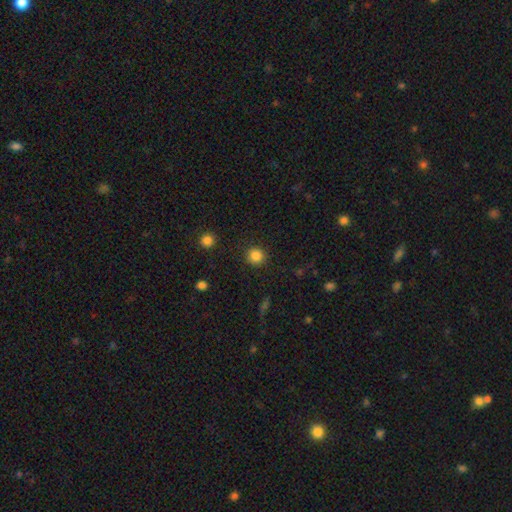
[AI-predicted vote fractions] This is clearly a smooth galaxy (85%). How rounded: clearly round (92%). Merging: clearly none (91%).